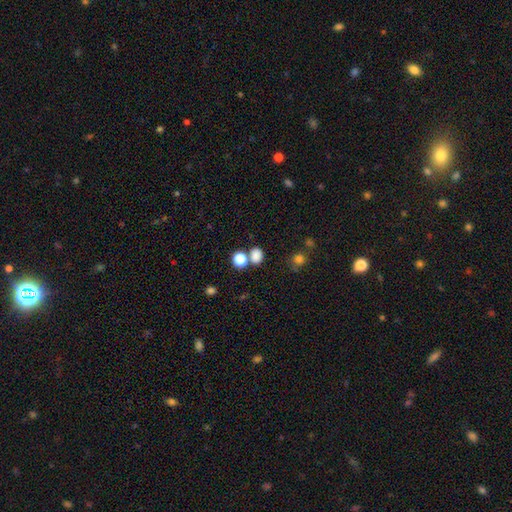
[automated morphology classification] This appears to be a smooth galaxy with no disk features (79%) that is round (56%). Merging: none (66%).